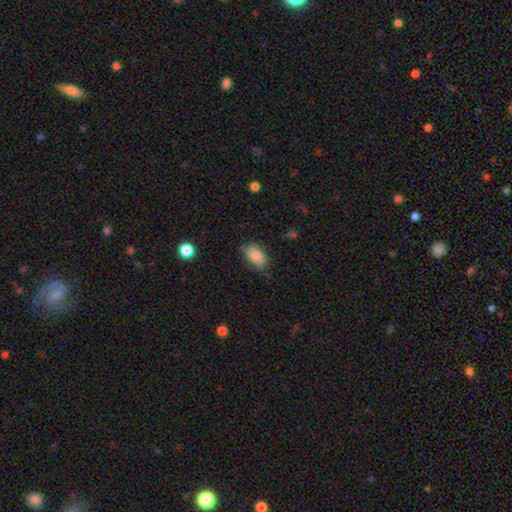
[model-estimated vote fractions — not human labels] Morphology: type=smooth (84%); roundness=in between (91%); merging=none (68%).